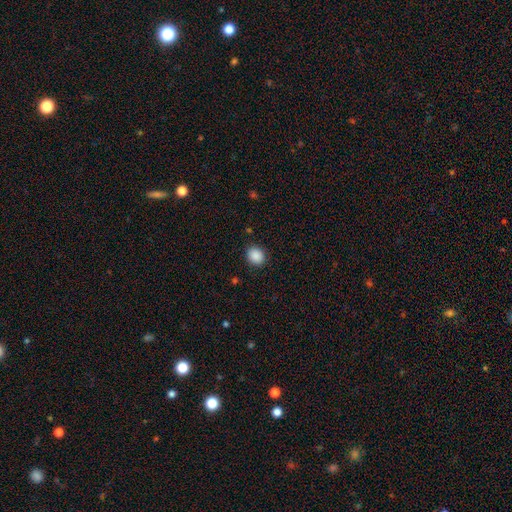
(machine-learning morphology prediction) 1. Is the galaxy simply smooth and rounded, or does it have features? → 89% smooth, 9% star or artifact, 2% featured or disk.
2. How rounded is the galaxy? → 73% round, 26% in between, 1% cigar-shaped.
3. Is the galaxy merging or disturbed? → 89% none, 7% minor disturbance, 2% major disturbance, 1% merger.